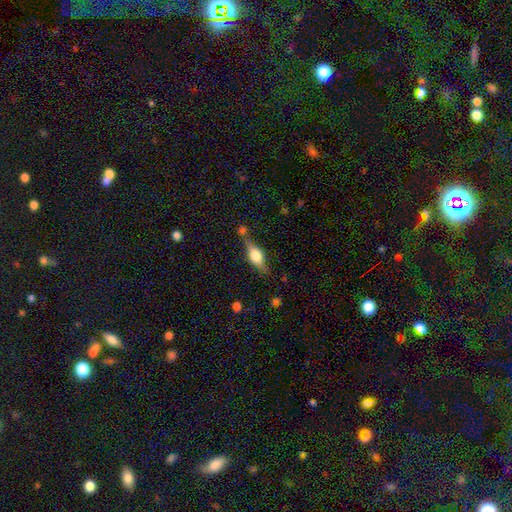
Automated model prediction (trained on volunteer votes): Smooth or featured? Predicted: featured or disk (p=0.51). Edge-on disk? Predicted: yes (p=0.90). Merging? Predicted: none (p=0.67).